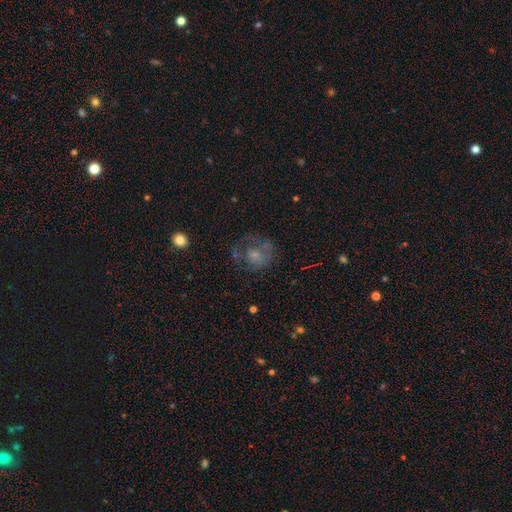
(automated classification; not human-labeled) Q: Smooth or featured?
A: featured or disk (43%); tied with: smooth (43%)
Q: Merging?
A: none (45%); runner-up: major disturbance (31%)